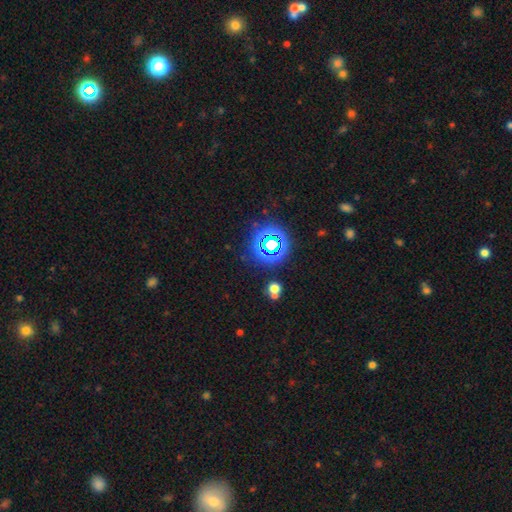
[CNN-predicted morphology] Smooth or featured? Predicted: star or artifact (p=0.67).